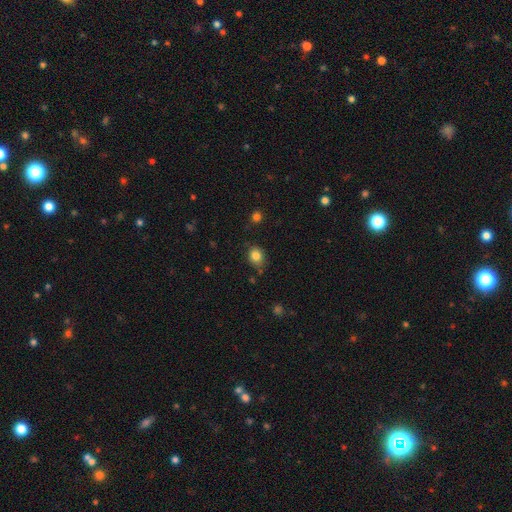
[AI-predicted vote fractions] Smooth or featured?
  - smooth: 83% *
  - star or artifact: 11%
  - featured or disk: 6%
How rounded?
  - round: 59% *
  - in between: 40%
  - cigar-shaped: 1%
Merging?
  - none: 76% *
  - minor disturbance: 17%
  - major disturbance: 4%
  - merger: 3%